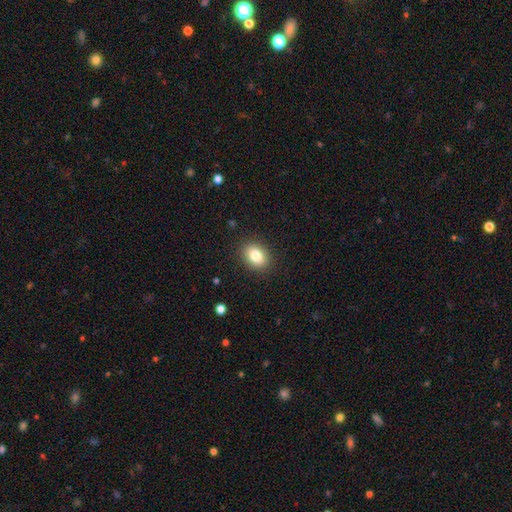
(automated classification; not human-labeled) Q: Smooth or featured?
A: smooth (84%); runner-up: star or artifact (9%)
Q: How rounded?
A: in between (72%); runner-up: round (27%)
Q: Merging?
A: none (88%); runner-up: minor disturbance (8%)